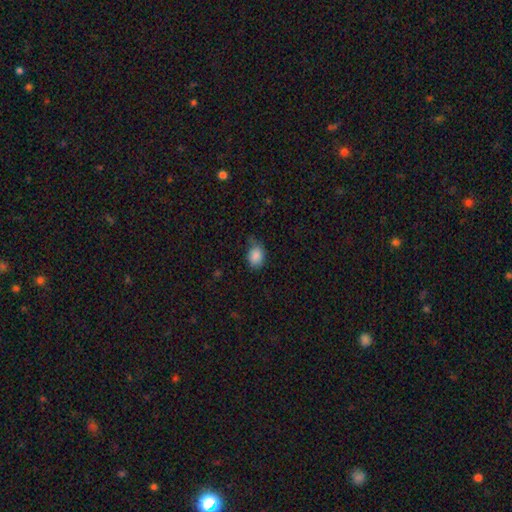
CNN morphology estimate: A smooth galaxy with no disk features (87%) that is in between round and cigar-shaped (62%). Merging: none (55%).